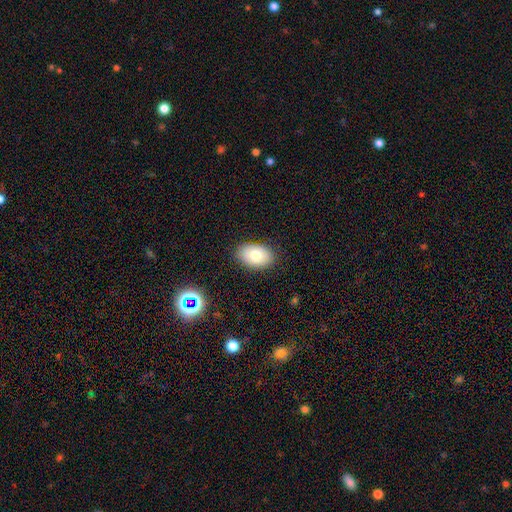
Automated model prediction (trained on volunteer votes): Overall: smooth (75%). How rounded: in between (87%). Merging: none (86%).